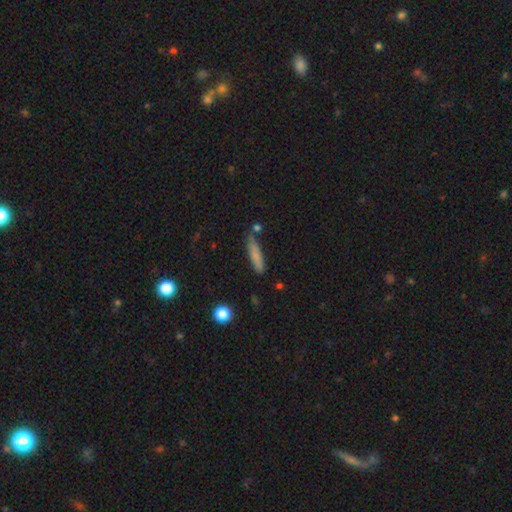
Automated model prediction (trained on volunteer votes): Smooth or featured? Predicted: smooth (p=0.77). How rounded? Predicted: cigar-shaped (p=0.85). Merging? Predicted: none (p=0.72).